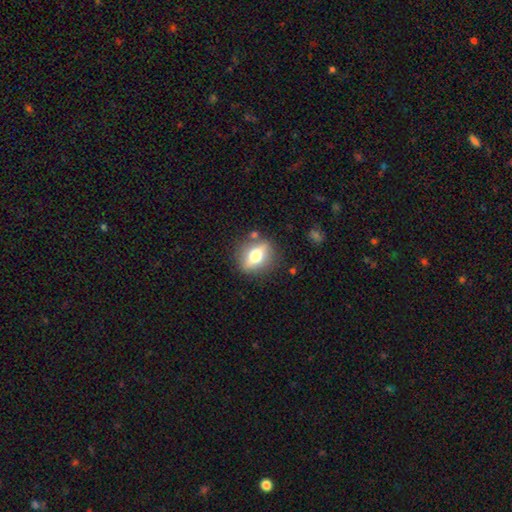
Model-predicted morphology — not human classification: Q: Smooth or featured?
A: featured or disk (47%); runner-up: smooth (45%)
Q: Merging?
A: none (82%); runner-up: minor disturbance (11%)